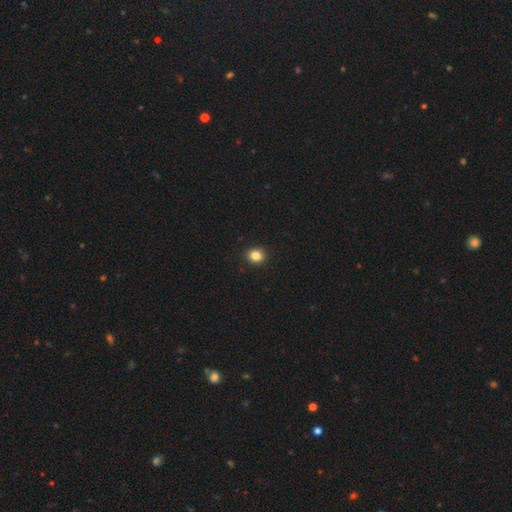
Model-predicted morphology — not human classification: Smooth or featured: smooth — 85% (star or artifact — 11%)
How rounded: round — 81% (in between — 18%)
Merging: none — 93% (minor disturbance — 5%)